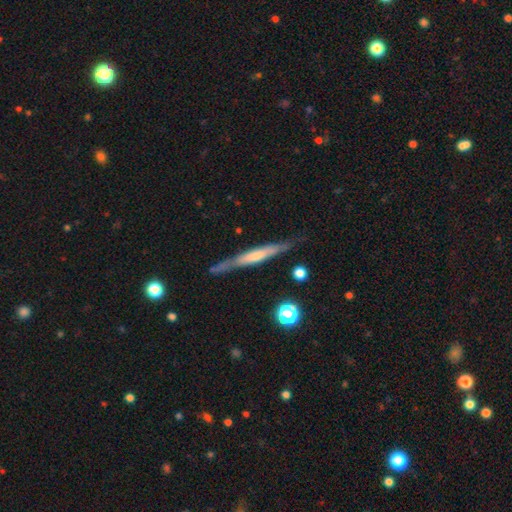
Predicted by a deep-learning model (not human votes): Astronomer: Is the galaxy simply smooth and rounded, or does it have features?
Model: featured or disk — 61%.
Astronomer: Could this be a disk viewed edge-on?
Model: yes — 93%.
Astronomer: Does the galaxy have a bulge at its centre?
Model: none — 43% (runner-up: rounded, 37%).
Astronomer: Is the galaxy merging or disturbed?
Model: none — 79%.